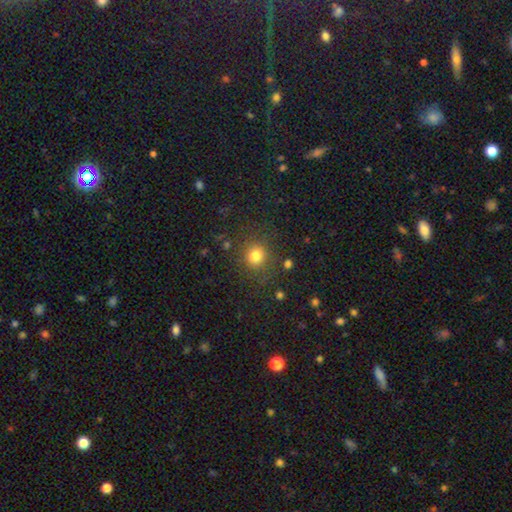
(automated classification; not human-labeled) smooth-or-featured: smooth: 78% | star or artifact: 15% | featured or disk: 7%
  how-rounded: round: 89% | in between: 10% | cigar-shaped: 1%
  merging: none: 84% | minor disturbance: 9% | major disturbance: 5% | merger: 2%